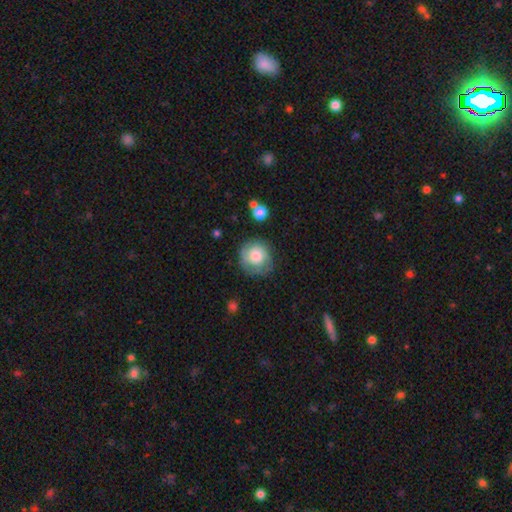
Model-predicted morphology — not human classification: smooth 65%, featured or disk 27%, star or artifact 8%. Down the decision tree: how rounded — round (90%); merging — none (71%).